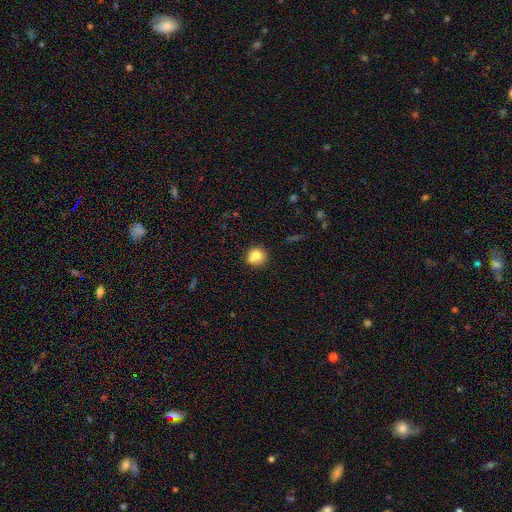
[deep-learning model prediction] Smooth or featured: smooth — 76% (featured or disk — 14%)
How rounded: round — 88% (in between — 11%)
Merging: none — 60% (merger — 24%)